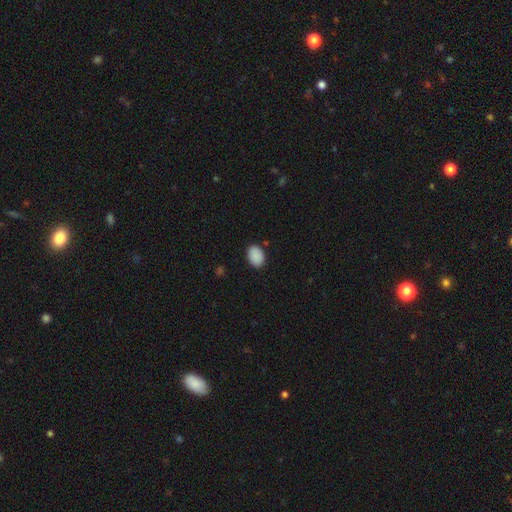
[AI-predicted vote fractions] Smooth or featured? smooth (90%)
How rounded? in between (75%)
Merging? none (85%)